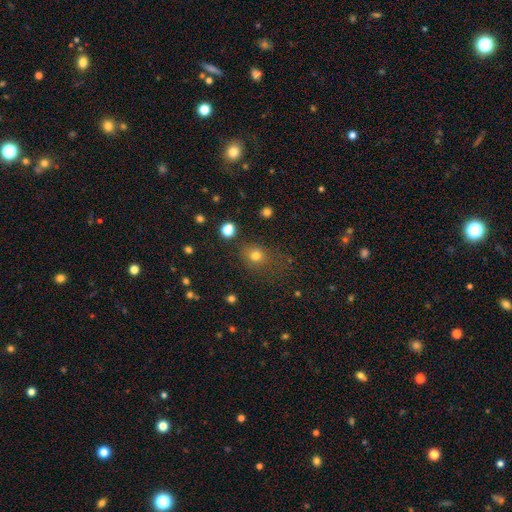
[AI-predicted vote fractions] smooth_or_featured: smooth (p=0.75) [alt: star or artifact p=0.17]
how_rounded: round (p=0.74) [alt: in between p=0.24]
merging: none (p=0.73) [alt: minor disturbance p=0.15]